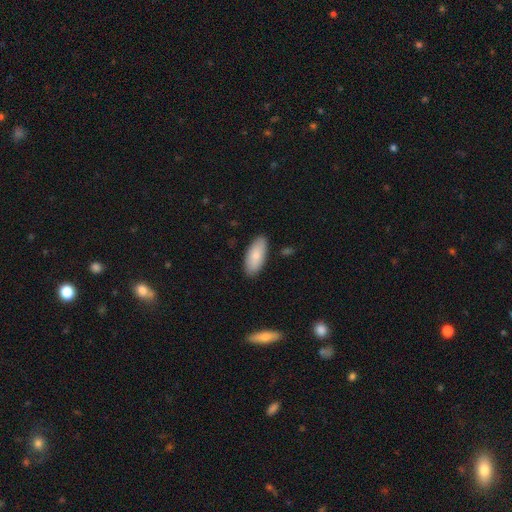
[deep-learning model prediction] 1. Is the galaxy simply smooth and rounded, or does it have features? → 83% smooth, 11% featured or disk, 6% star or artifact.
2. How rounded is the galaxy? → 86% in between, 12% cigar-shaped, 2% round.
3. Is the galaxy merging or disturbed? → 87% none, 9% minor disturbance, 2% major disturbance, 1% merger.